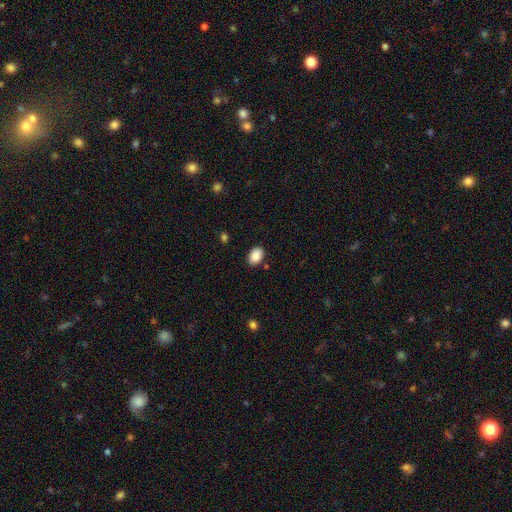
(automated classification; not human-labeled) Smooth or featured? smooth (89%)
How rounded? in between (83%)
Merging? none (86%)